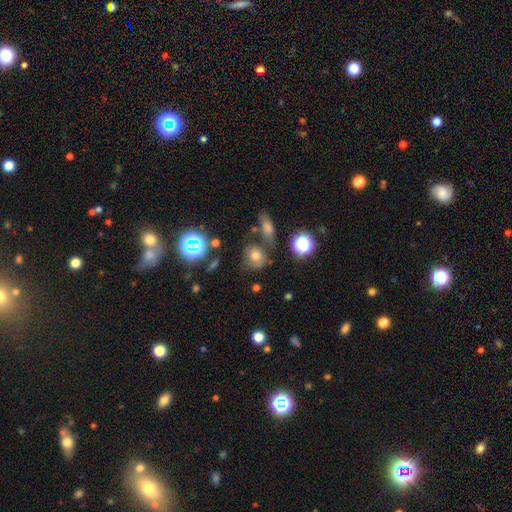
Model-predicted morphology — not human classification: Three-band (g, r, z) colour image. It shows a smooth galaxy with no disk features (68%) that is round (74%). Merging: none (66%).